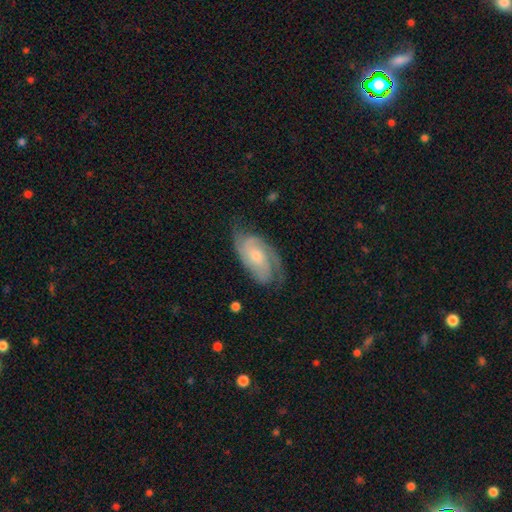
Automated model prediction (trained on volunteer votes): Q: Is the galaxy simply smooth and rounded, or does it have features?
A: featured or disk — 79%.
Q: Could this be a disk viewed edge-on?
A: no — 95%.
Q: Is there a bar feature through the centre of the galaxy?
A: no — 69%.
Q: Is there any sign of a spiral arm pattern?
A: yes — 95%.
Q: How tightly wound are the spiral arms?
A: tight — 52%.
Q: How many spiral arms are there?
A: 2 — 50%.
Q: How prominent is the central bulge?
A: small — 52%.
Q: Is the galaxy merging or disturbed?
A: none — 68%.